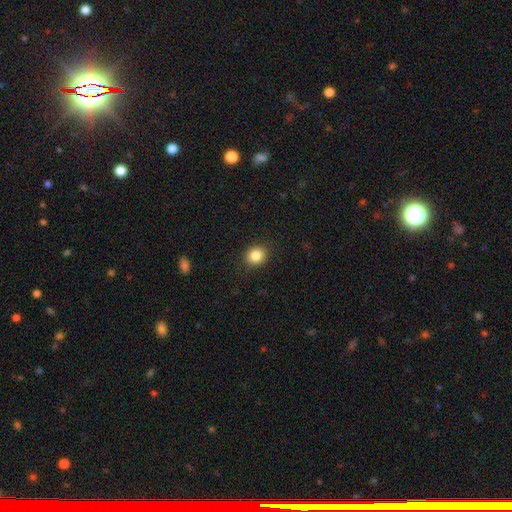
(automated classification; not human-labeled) Smooth or featured? Predicted: smooth (p=0.85). How rounded? Predicted: round (p=0.70). Merging? Predicted: none (p=0.89).